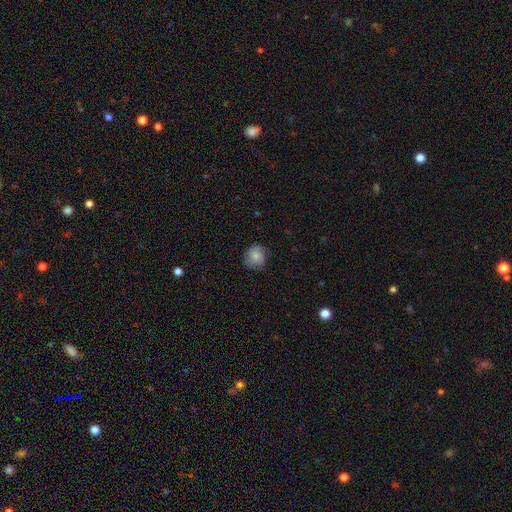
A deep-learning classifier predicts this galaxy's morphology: type=smooth (76%); roundness=round (82%); merging=none (74%).